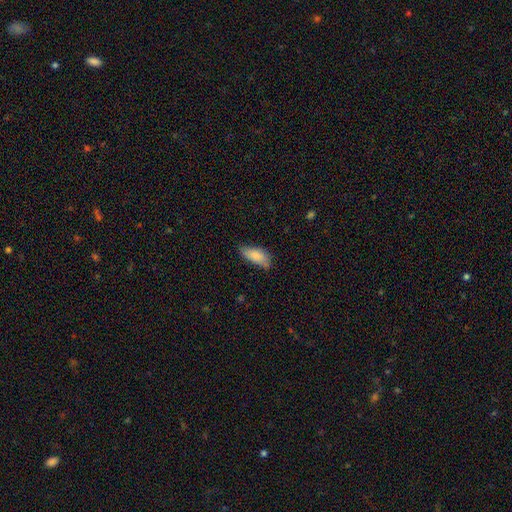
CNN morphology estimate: Smooth or featured?
  - smooth: 82% *
  - featured or disk: 11%
  - star or artifact: 7%
How rounded?
  - in between: 83% *
  - cigar-shaped: 14%
  - round: 2%
Merging?
  - none: 64% *
  - minor disturbance: 29%
  - major disturbance: 5%
  - merger: 2%